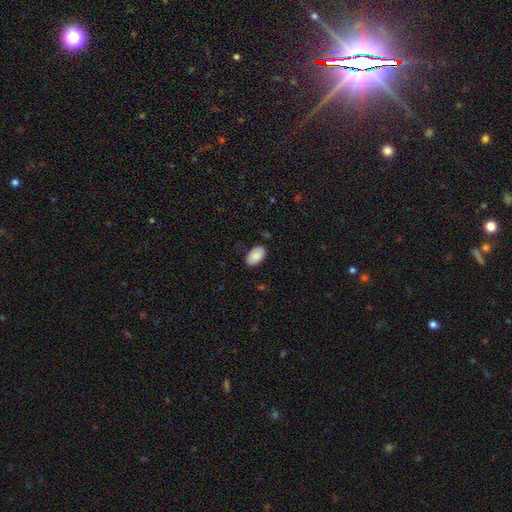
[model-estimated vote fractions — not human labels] smooth 89%, star or artifact 6%, featured or disk 5%. Down the decision tree: how rounded — in between (94%); merging — none (85%).